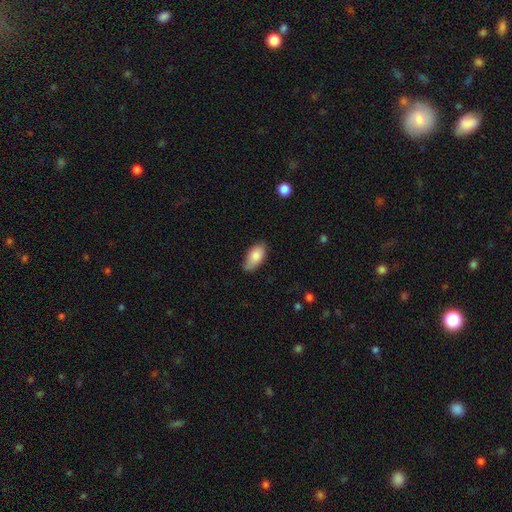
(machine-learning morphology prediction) smooth 82%, featured or disk 11%, star or artifact 6%. Down the decision tree: how rounded — in between (93%); merging — none (73%).